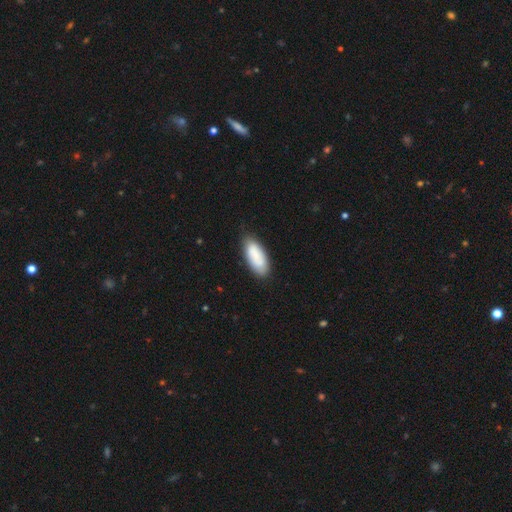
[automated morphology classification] Smooth or featured?
  - smooth: 74% *
  - featured or disk: 20%
  - star or artifact: 6%
How rounded?
  - in between: 85% *
  - cigar-shaped: 13%
  - round: 2%
Merging?
  - none: 79% *
  - minor disturbance: 16%
  - major disturbance: 3%
  - merger: 2%